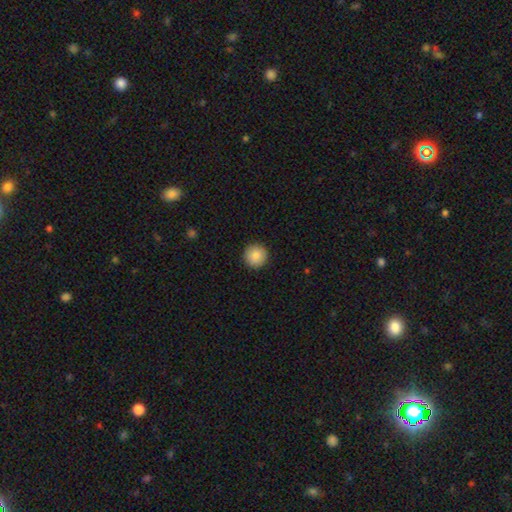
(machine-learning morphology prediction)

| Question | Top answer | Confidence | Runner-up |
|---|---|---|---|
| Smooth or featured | smooth | 86% | star or artifact (8%) |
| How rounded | round | 96% | in between (3%) |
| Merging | none | 93% | minor disturbance (5%) |